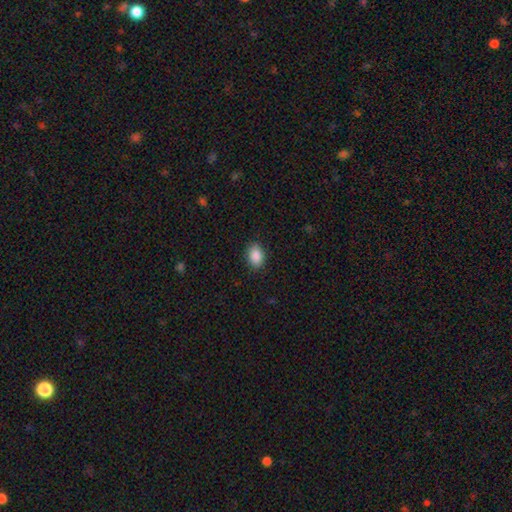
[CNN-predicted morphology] This appears to be a smooth galaxy with no disk features (89%) that is in between round and cigar-shaped (84%). Merging: none (88%).